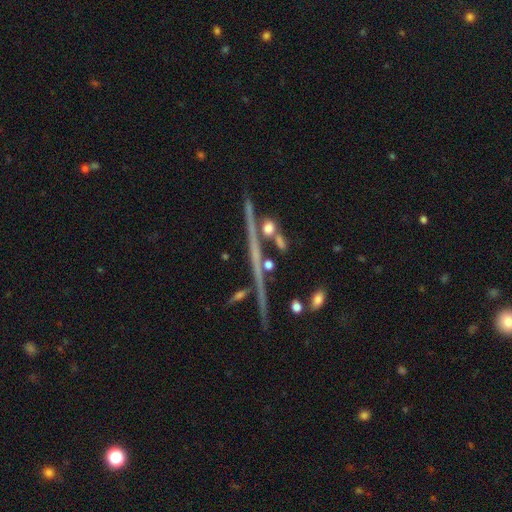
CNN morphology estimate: Smooth or featured: featured or disk — 63% (star or artifact — 21%)
Edge-on disk: yes — 89% (no — 11%)
Edge-on bulge: none — 69% (rounded — 24%)
Merging: none — 70% (merger — 13%)